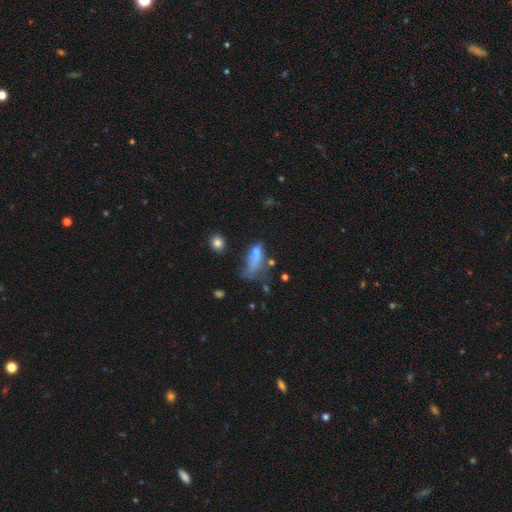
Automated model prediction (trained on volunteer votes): This is possibly a smooth galaxy (55%). How rounded: likely in between (69%). Merging: marginally major disturbance (43%).